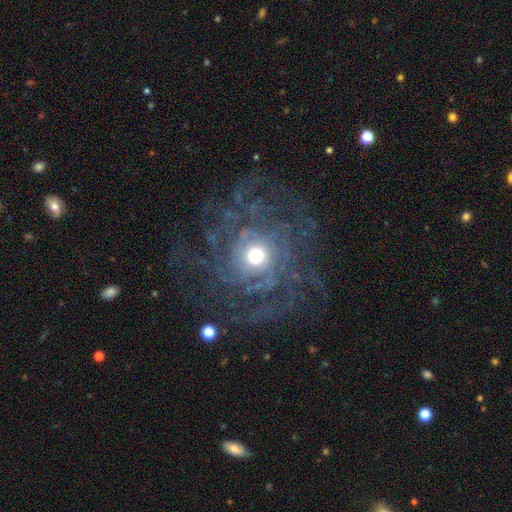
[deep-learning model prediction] Q: Smooth or featured?
A: featured or disk (82%); runner-up: star or artifact (9%)
Q: Edge-on disk?
A: no (97%); runner-up: yes (3%)
Q: Bar?
A: no (82%); runner-up: weak (14%)
Q: Spiral arms?
A: yes (92%); runner-up: no (8%)
Q: Spiral winding?
A: tight (39%); runner-up: medium (36%)
Q: Spiral arm count?
A: can't tell (26%); runner-up: more than 4 (22%)
Q: Bulge size?
A: moderate (57%); runner-up: large (29%)
Q: Merging?
A: none (64%); runner-up: major disturbance (22%)